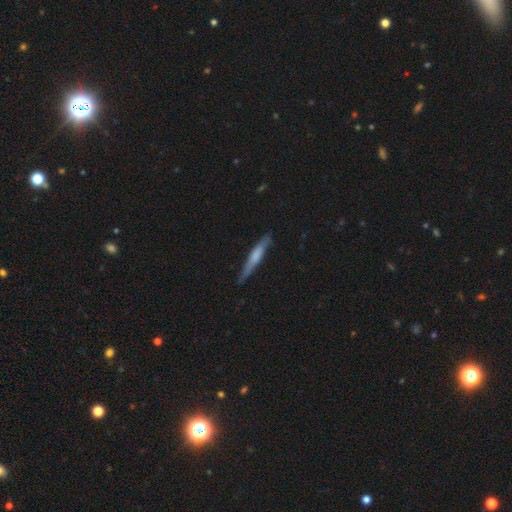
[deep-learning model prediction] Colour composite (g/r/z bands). It shows a smooth galaxy with no disk features (53%) that is cigar-shaped (93%). Merging: none (79%).